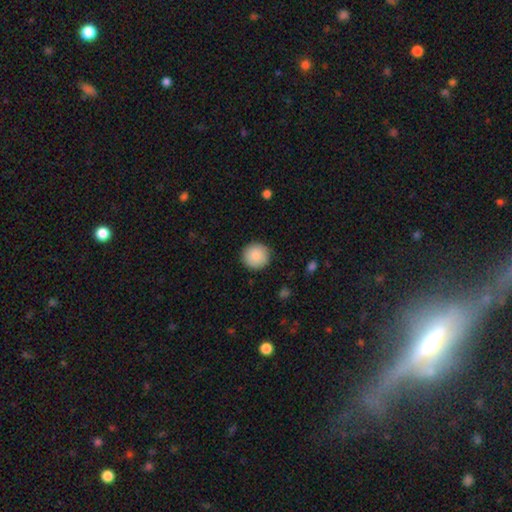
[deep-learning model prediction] smooth_or_featured: smooth (p=0.87) [alt: star or artifact p=0.07]
how_rounded: round (p=0.94) [alt: in between p=0.05]
merging: none (p=0.90) [alt: minor disturbance p=0.07]